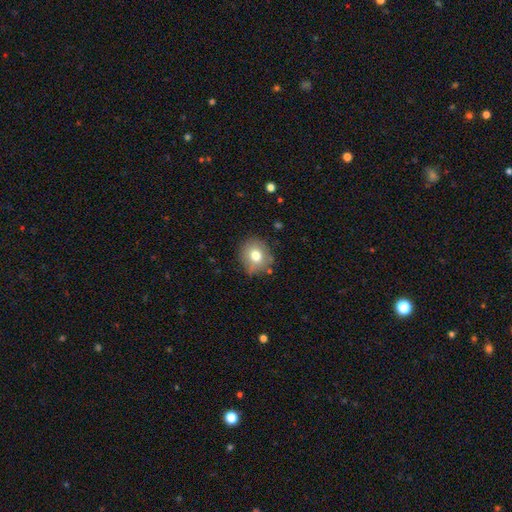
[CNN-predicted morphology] Overall: smooth (74%). How rounded: round (80%). Merging: none (80%).